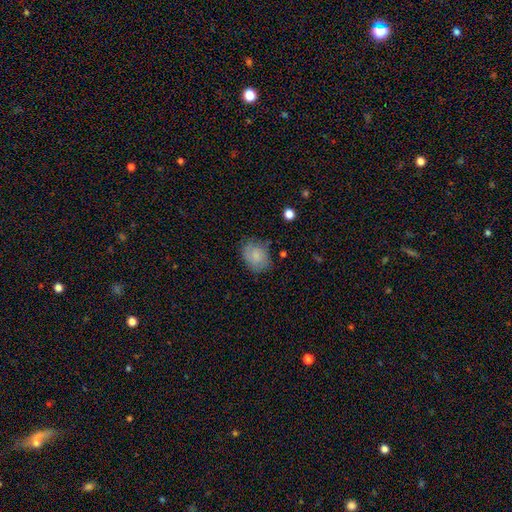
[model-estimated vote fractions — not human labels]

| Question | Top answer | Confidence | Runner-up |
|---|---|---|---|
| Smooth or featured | smooth | 74% | featured or disk (19%) |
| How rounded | in between | 50% | round (49%) |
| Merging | none | 71% | minor disturbance (22%) |